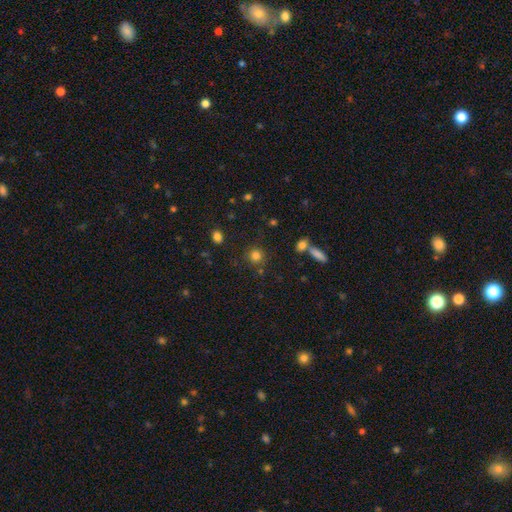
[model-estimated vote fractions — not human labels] The model was most divided on "smooth or featured": smooth: 80%, star or artifact: 14%, featured or disk: 6%. More confident: how rounded — round (89%); merging — none (78%).